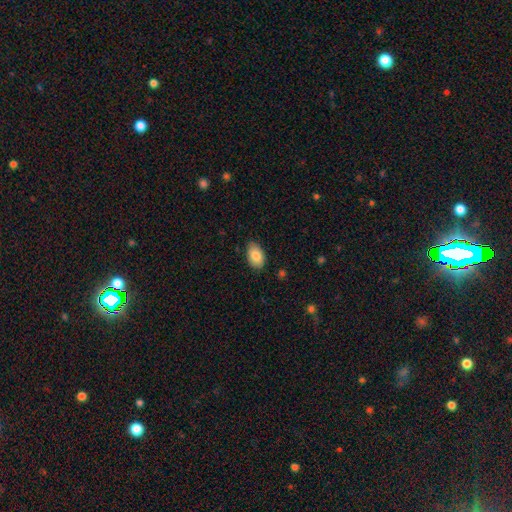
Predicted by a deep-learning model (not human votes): A smooth galaxy with no disk features (85%) that is in between round and cigar-shaped (92%).

Vote fractions:
- Smooth or featured? smooth: 85% / featured or disk: 8% / star or artifact: 7%
- How rounded? in between: 92% / round: 7% / cigar-shaped: 1%
- Merging? none: 84% / minor disturbance: 13% / major disturbance: 2% / merger: 1%